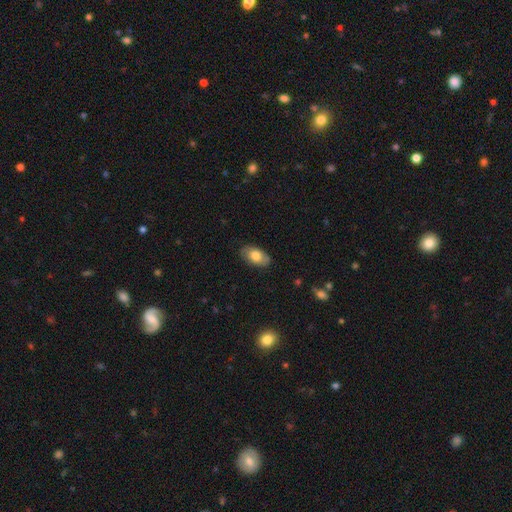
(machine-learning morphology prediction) This is likely a smooth galaxy (72%). How rounded: clearly in between (93%). Merging: clearly none (82%).